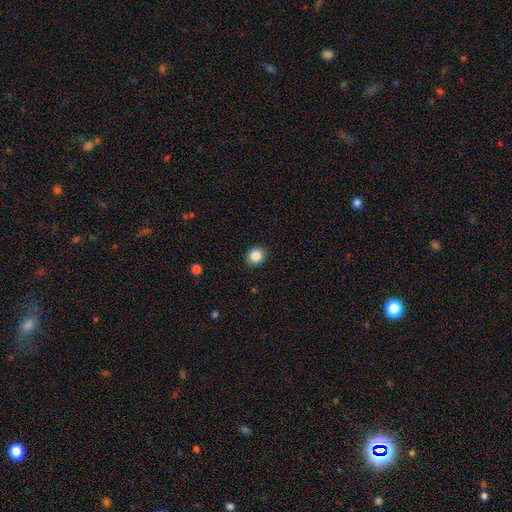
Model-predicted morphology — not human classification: A smooth galaxy with no disk features (87%) that is round (86%). Merging: none (91%).